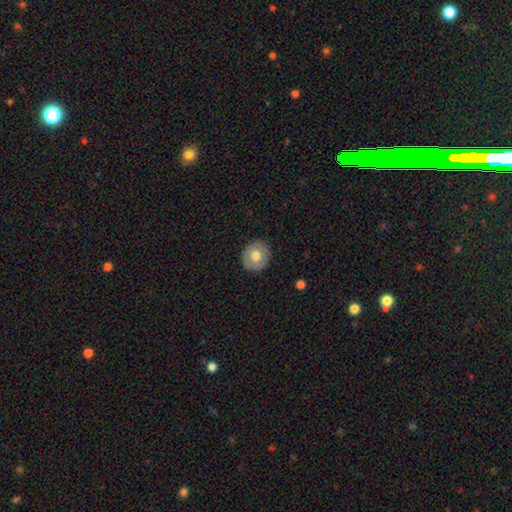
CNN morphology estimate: Smooth or featured?
  - smooth: 63% *
  - featured or disk: 30%
  - star or artifact: 7%
How rounded?
  - round: 83% *
  - in between: 16%
  - cigar-shaped: 1%
Merging?
  - none: 88% *
  - minor disturbance: 9%
  - major disturbance: 2%
  - merger: 1%